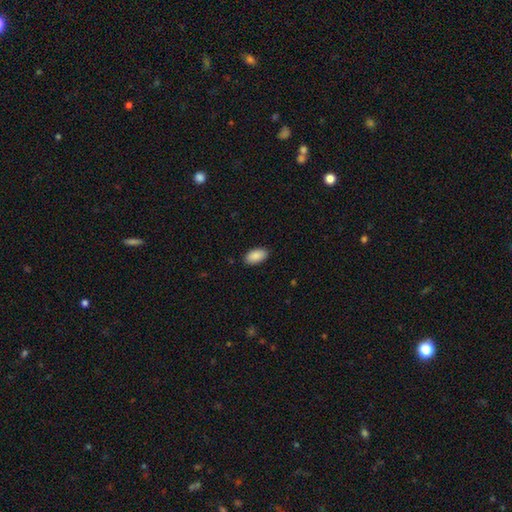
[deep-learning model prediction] Smooth or featured? smooth (90%)
How rounded? in between (95%)
Merging? none (89%)